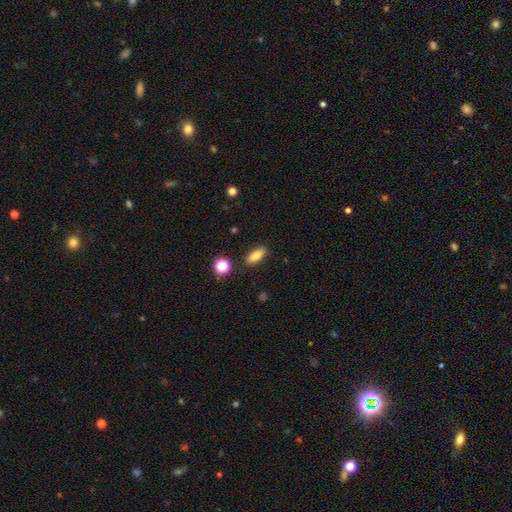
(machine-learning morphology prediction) Smooth or featured? Predicted: smooth (p=0.81). How rounded? Predicted: in between (p=0.75). Merging? Predicted: none (p=0.87).